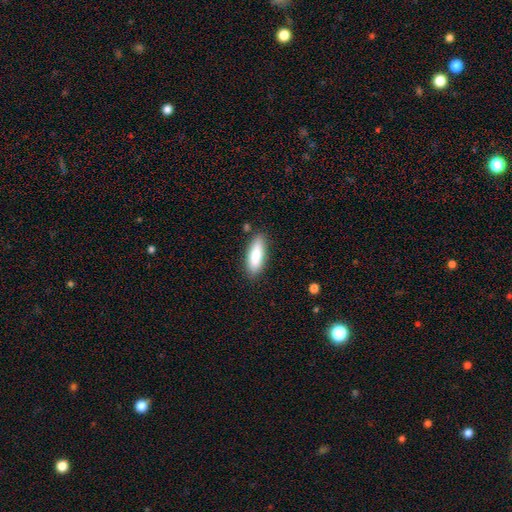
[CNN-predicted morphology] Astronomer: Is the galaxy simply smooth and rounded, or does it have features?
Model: smooth — 82%.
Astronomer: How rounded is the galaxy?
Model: in between — 57% (runner-up: cigar-shaped, 41%).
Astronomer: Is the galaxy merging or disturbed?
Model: none — 83%.